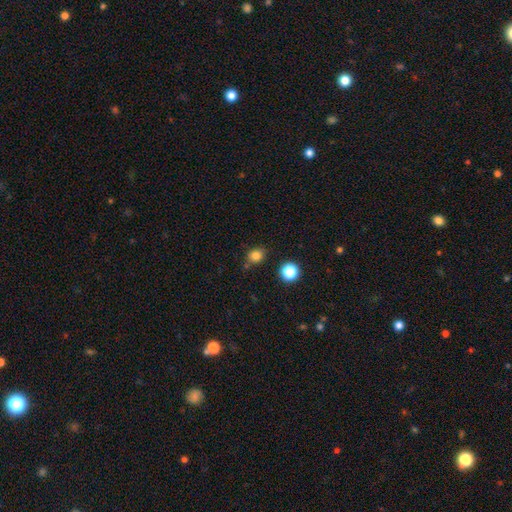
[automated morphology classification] Smooth or featured: smooth — 81% (star or artifact — 14%)
How rounded: round — 67% (in between — 32%)
Merging: none — 76% (minor disturbance — 14%)